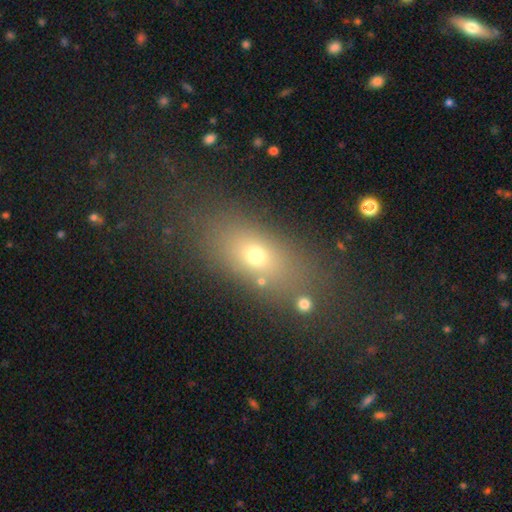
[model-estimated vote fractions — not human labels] The model was most divided on "smooth or featured": smooth: 64%, star or artifact: 19%, featured or disk: 17%. More confident: merging — none (75%); how rounded — in between (69%).